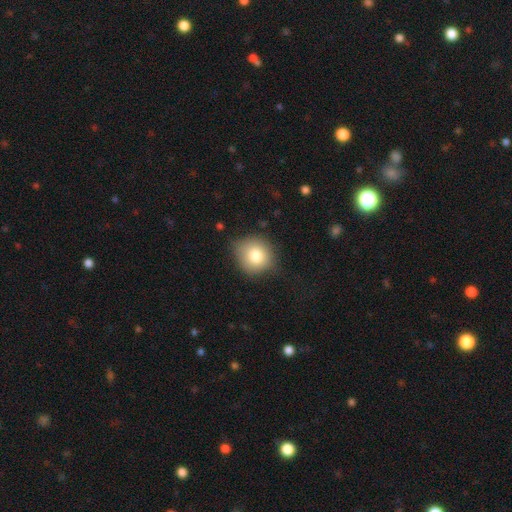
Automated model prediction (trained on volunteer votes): This appears to be a smooth galaxy with no disk features (78%) that is round (86%). Merging: none (74%).